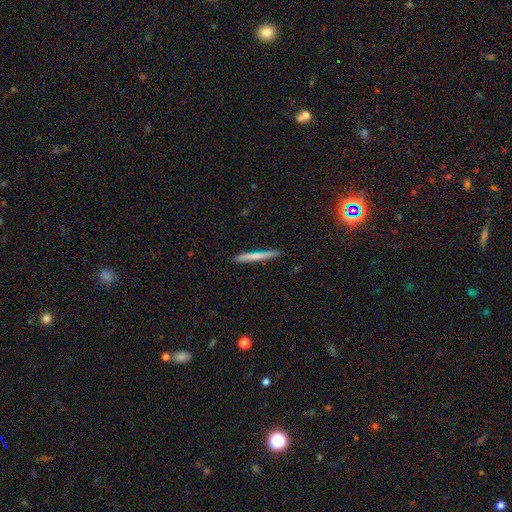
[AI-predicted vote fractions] Smooth or featured? smooth (66%)
How rounded? cigar-shaped (96%)
Merging? none (89%)